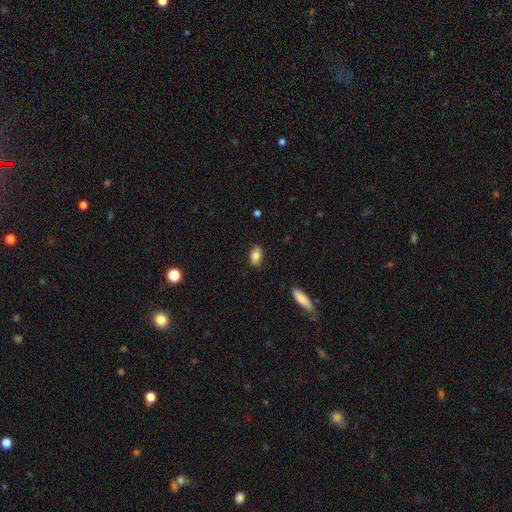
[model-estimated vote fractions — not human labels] This appears to be a smooth galaxy with no disk features (83%) that is in between round and cigar-shaped (90%). Merging: none (86%).